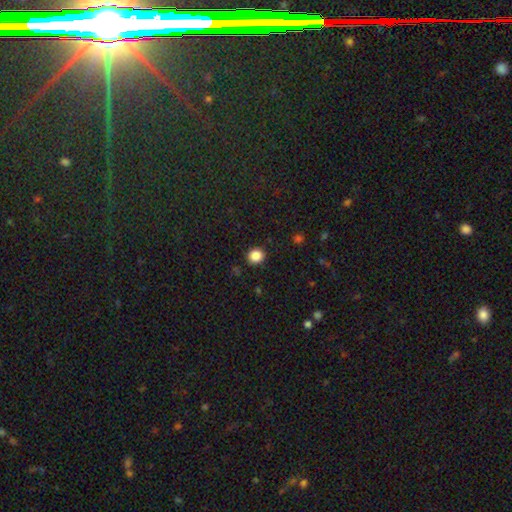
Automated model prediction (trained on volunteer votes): A smooth galaxy with no disk features (86%) that is round (83%). Merging: none (91%).